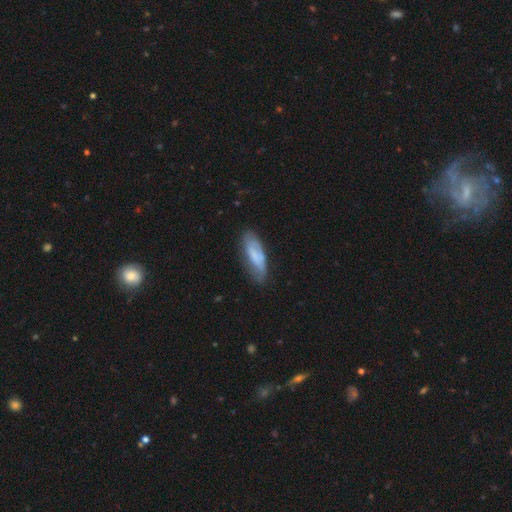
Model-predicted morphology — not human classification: Smooth or featured?
  - smooth: 60% *
  - featured or disk: 33%
  - star or artifact: 7%
How rounded?
  - in between: 57% *
  - cigar-shaped: 42%
  - round: 2%
Merging?
  - none: 63% *
  - minor disturbance: 27%
  - major disturbance: 8%
  - merger: 2%